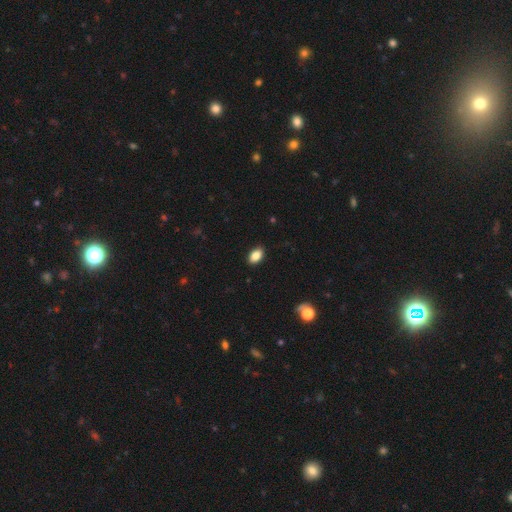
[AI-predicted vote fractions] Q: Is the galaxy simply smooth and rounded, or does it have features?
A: smooth — 85%.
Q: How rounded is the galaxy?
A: in between — 90%.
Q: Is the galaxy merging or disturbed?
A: none — 88%.